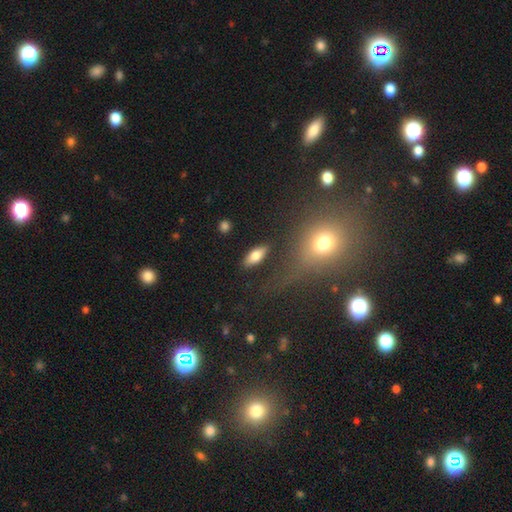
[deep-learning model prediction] A smooth galaxy with no disk features (74%) that is in between round and cigar-shaped (79%).

Vote fractions:
- Smooth or featured? smooth: 74% / featured or disk: 19% / star or artifact: 7%
- How rounded? in between: 79% / cigar-shaped: 18% / round: 4%
- Merging? none: 83% / minor disturbance: 11% / major disturbance: 3% / merger: 3%